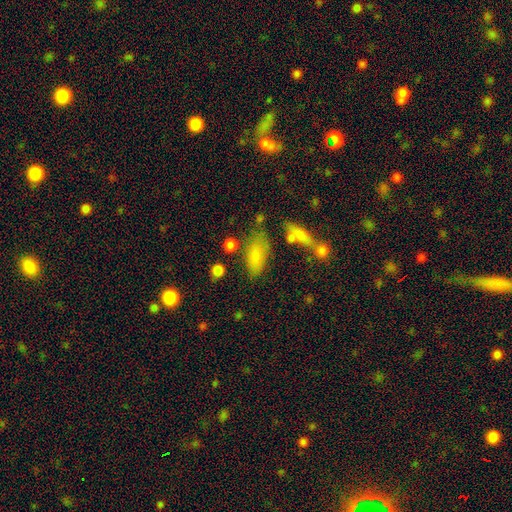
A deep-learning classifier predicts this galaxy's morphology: This is likely a smooth galaxy (79%). How rounded: clearly in between (83%). Merging: likely none (64%).